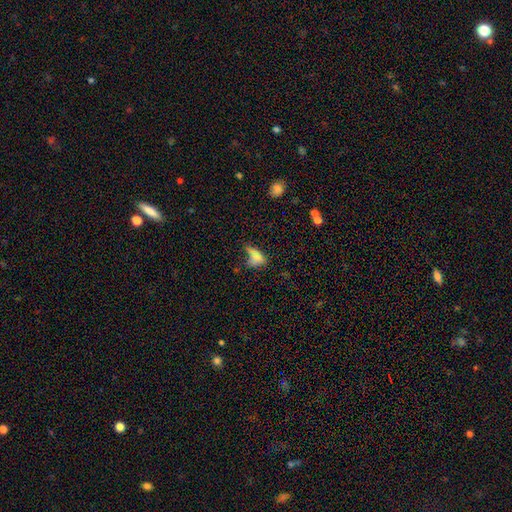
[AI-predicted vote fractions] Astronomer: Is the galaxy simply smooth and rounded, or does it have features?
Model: smooth — 65%.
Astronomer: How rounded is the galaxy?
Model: in between — 76%.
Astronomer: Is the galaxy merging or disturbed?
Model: none — 39% (runner-up: minor disturbance, 25%).